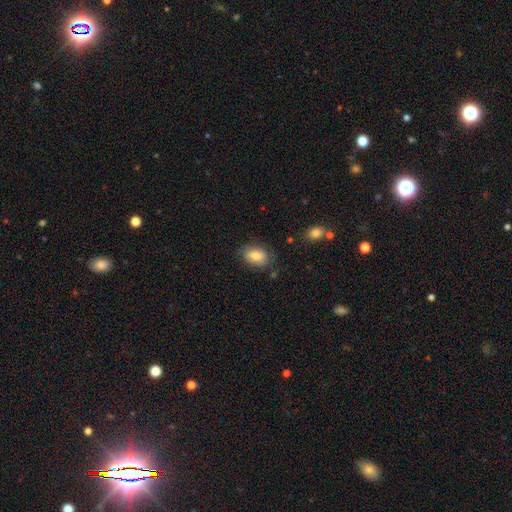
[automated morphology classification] type=smooth (77%); roundness=in between (84%); merging=none (73%).